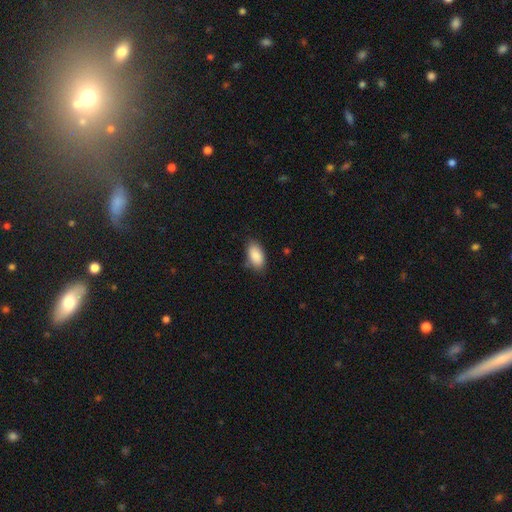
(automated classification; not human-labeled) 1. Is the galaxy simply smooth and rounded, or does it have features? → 89% smooth, 7% star or artifact, 5% featured or disk.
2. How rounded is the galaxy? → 94% in between, 3% round, 3% cigar-shaped.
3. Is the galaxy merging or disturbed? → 79% none, 17% minor disturbance, 3% major disturbance, 1% merger.